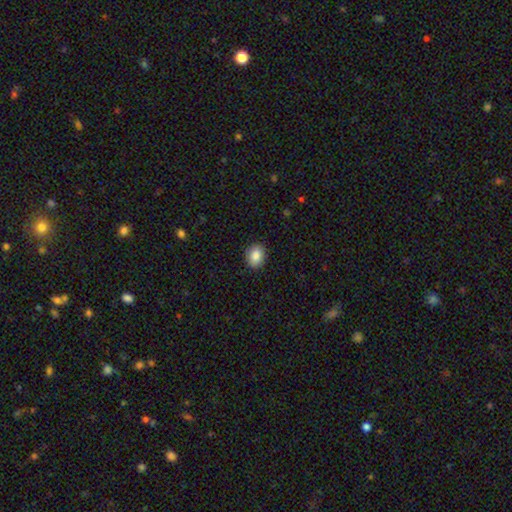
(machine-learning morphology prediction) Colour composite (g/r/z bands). It shows a smooth galaxy with no disk features (86%) that is in between round and cigar-shaped (50%). Merging: none (89%).